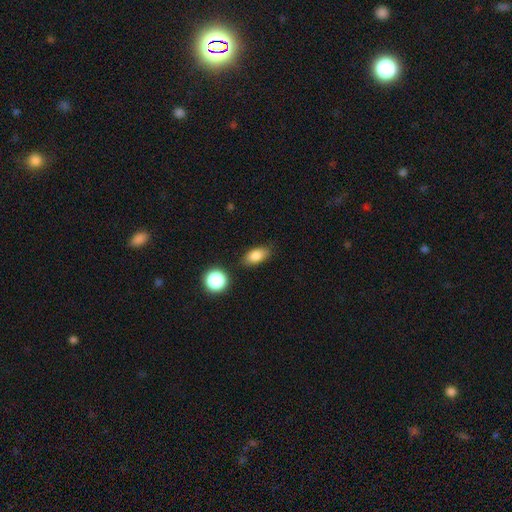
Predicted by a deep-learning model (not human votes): A smooth galaxy with no disk features (83%) that is in between round and cigar-shaped (84%). Merging: none (81%).